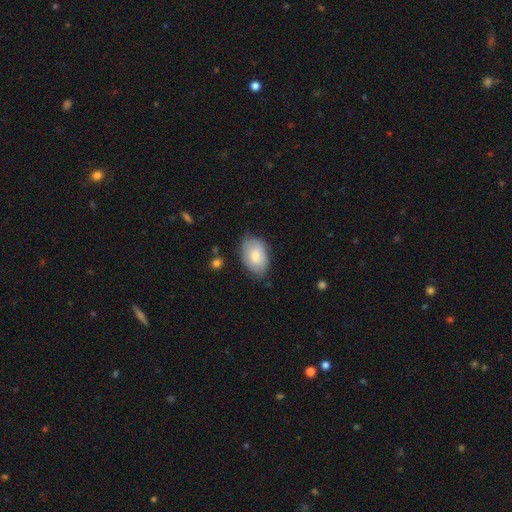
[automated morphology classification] Smooth or featured? smooth (77%)
How rounded? in between (88%)
Merging? none (72%)